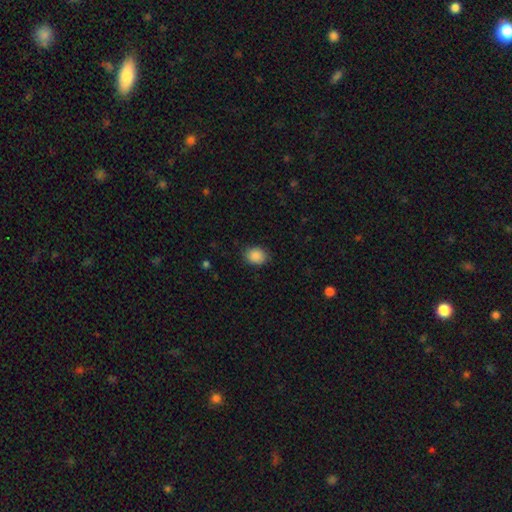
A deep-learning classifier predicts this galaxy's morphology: smooth-or-featured: smooth: 89% | star or artifact: 8% | featured or disk: 3%
  how-rounded: round: 50% | in between: 49% | cigar-shaped: 1%
  merging: none: 85% | minor disturbance: 11% | major disturbance: 3% | merger: 1%